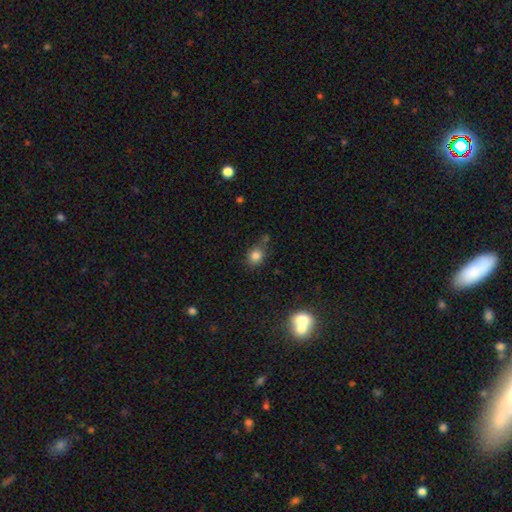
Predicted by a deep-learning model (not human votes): smooth 82%, star or artifact 12%, featured or disk 7%. Down the decision tree: how rounded — round (61%); merging — none (65%).